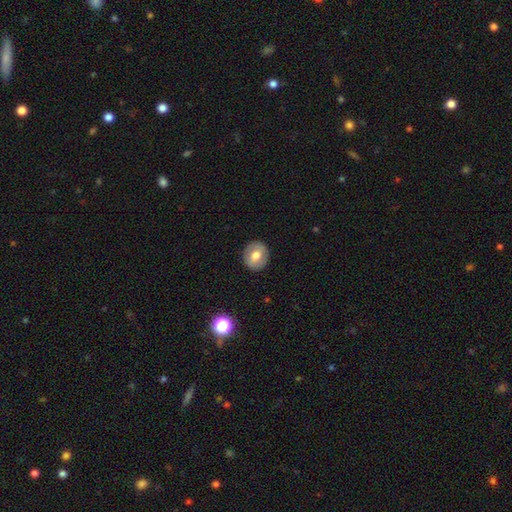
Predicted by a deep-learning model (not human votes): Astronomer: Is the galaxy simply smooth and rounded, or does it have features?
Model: smooth — 63%.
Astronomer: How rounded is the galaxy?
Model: round — 80%.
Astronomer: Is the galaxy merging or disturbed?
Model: none — 89%.